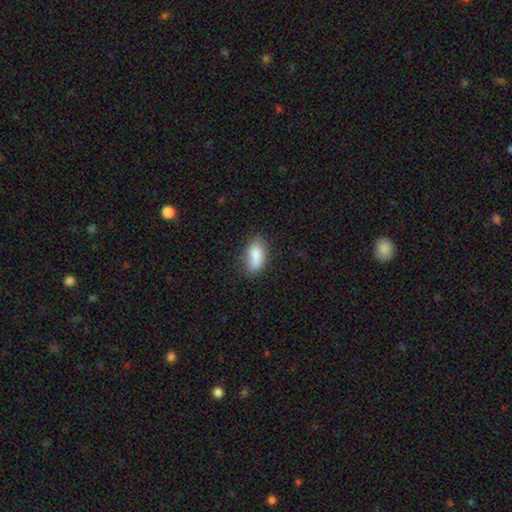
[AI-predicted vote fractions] Smooth or featured? smooth (84%)
How rounded? in between (88%)
Merging? none (66%)